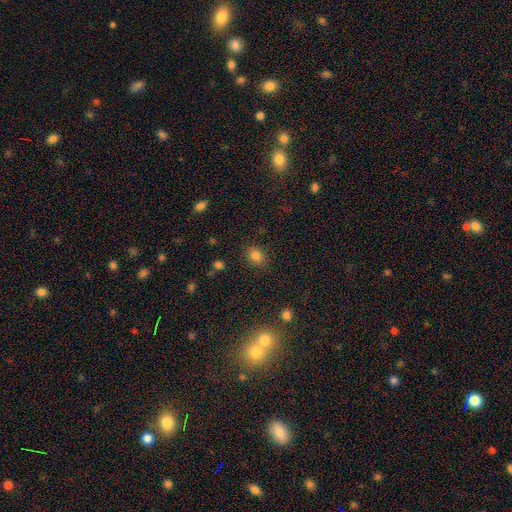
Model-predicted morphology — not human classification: Q: Smooth or featured?
A: smooth (80%); runner-up: star or artifact (14%)
Q: How rounded?
A: round (54%); runner-up: in between (45%)
Q: Merging?
A: none (84%); runner-up: minor disturbance (11%)